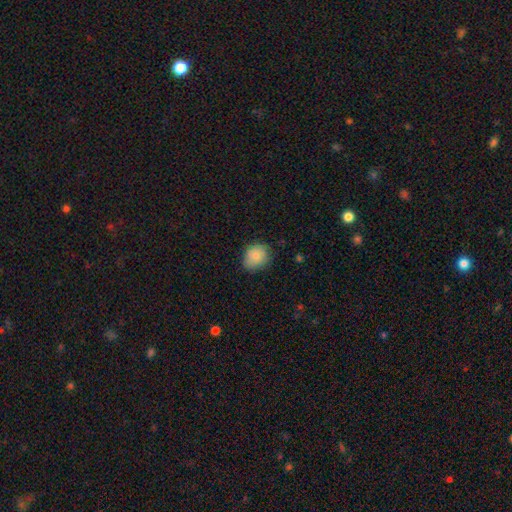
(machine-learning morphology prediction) Q: Smooth or featured?
A: smooth (85%); runner-up: featured or disk (8%)
Q: How rounded?
A: round (58%); runner-up: in between (41%)
Q: Merging?
A: none (74%); runner-up: minor disturbance (21%)